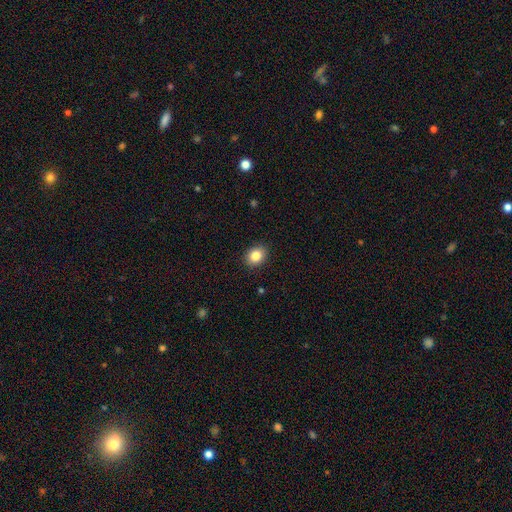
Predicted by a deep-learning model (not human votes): smooth 85%, star or artifact 9%, featured or disk 6%. Down the decision tree: how rounded — round (53%); merging — none (90%).